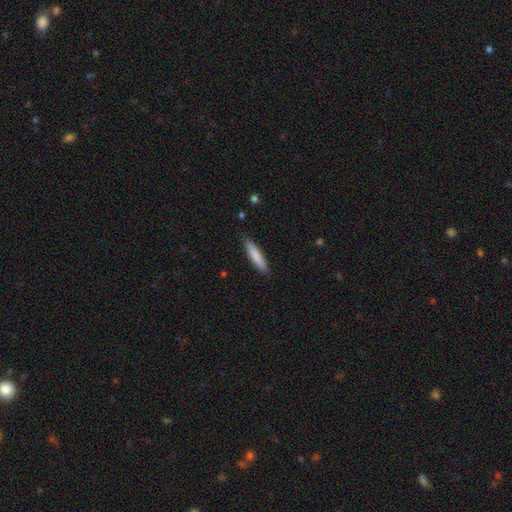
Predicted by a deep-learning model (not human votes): This is clearly a smooth galaxy (81%). How rounded: clearly cigar-shaped (85%). Merging: clearly none (85%).